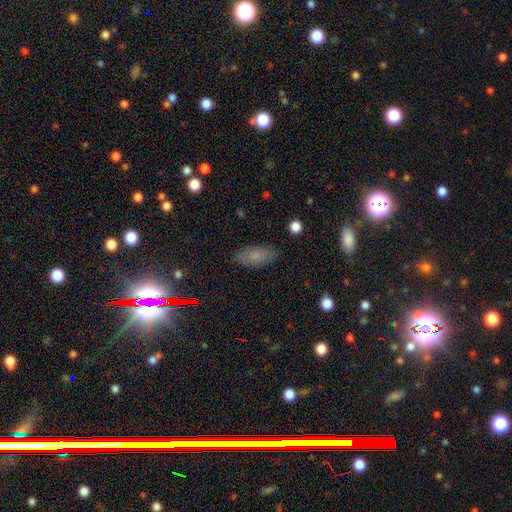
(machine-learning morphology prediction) Smooth or featured? smooth (76%)
How rounded? in between (90%)
Merging? none (85%)